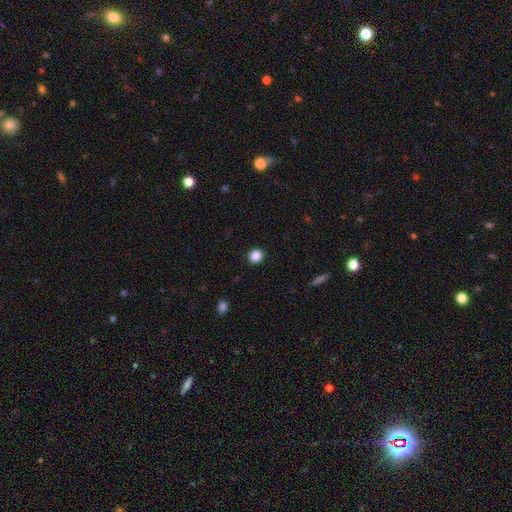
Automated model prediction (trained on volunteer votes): smooth_or_featured: smooth (p=0.86) [alt: star or artifact p=0.11]
how_rounded: round (p=0.94) [alt: in between p=0.05]
merging: none (p=0.93) [alt: minor disturbance p=0.04]